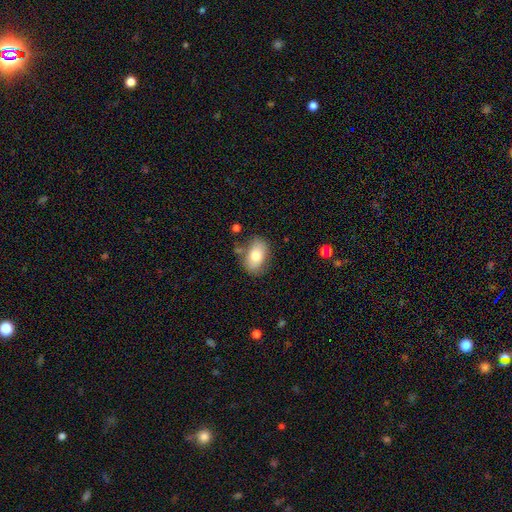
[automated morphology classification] A smooth galaxy with no disk features (75%) that is in between round and cigar-shaped (90%).

Vote fractions:
- Smooth or featured? smooth: 75% / featured or disk: 18% / star or artifact: 7%
- How rounded? in between: 90% / round: 8% / cigar-shaped: 2%
- Merging? none: 75% / minor disturbance: 16% / merger: 5% / major disturbance: 4%